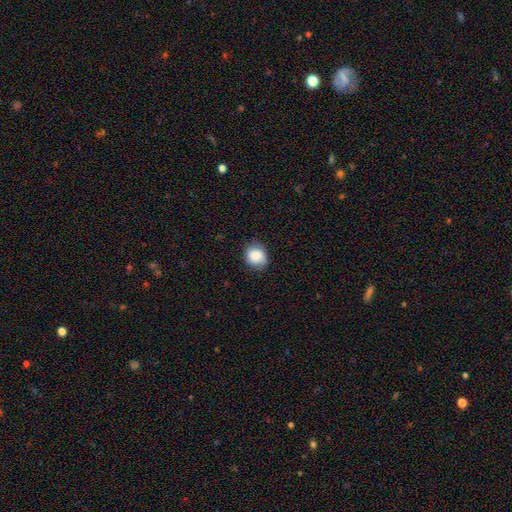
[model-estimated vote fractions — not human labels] Smooth or featured?
  - smooth: 84% *
  - featured or disk: 8%
  - star or artifact: 8%
How rounded?
  - round: 68% *
  - in between: 31%
  - cigar-shaped: 1%
Merging?
  - none: 78% *
  - minor disturbance: 17%
  - major disturbance: 4%
  - merger: 1%